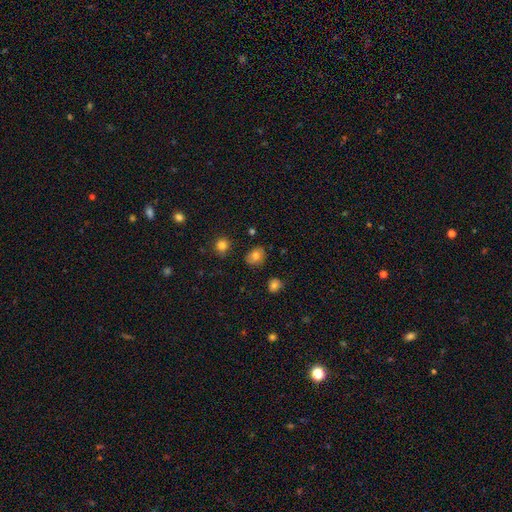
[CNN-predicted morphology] A smooth galaxy with no disk features (76%) that is in between round and cigar-shaped (50%).

Vote fractions:
- Smooth or featured? smooth: 76% / featured or disk: 13% / star or artifact: 11%
- How rounded? in between: 50% / round: 49% / cigar-shaped: 1%
- Merging? none: 80% / minor disturbance: 15% / major disturbance: 3% / merger: 2%